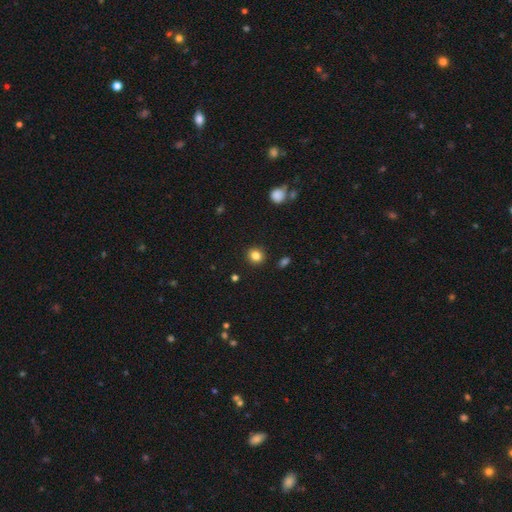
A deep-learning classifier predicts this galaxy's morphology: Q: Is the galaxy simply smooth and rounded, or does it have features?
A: smooth — 83%.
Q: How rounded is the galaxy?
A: round — 86%.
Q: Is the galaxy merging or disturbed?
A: none — 91%.